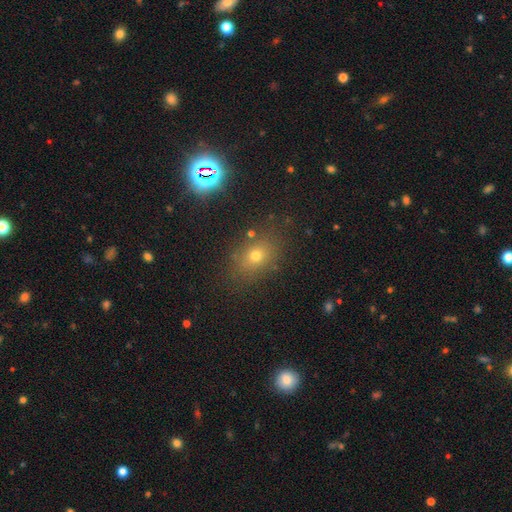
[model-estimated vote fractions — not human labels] A smooth galaxy with no disk features (66%) that is in between round and cigar-shaped (61%). Merging: none (81%).